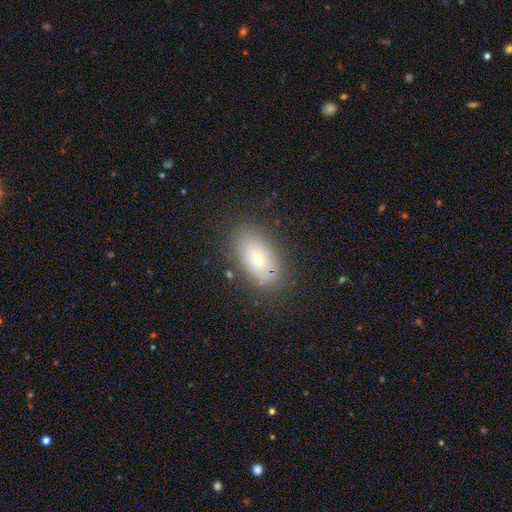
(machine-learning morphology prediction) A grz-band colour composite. It shows a smooth galaxy with no disk features (58%) that is in between round and cigar-shaped (90%). Merging: none (81%).